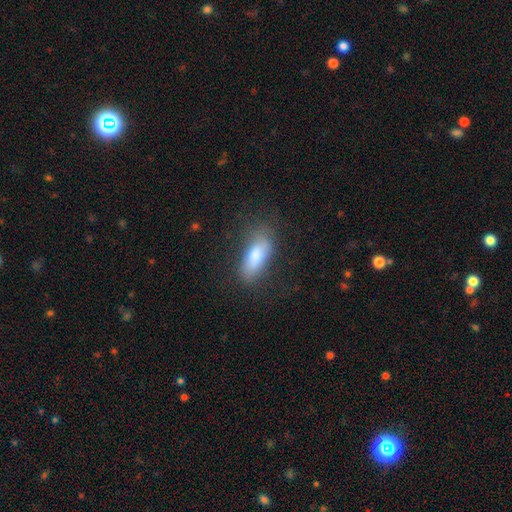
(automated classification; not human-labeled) smooth-or-featured: smooth: 78% | featured or disk: 15% | star or artifact: 7%
  how-rounded: in between: 72% | cigar-shaped: 26% | round: 2%
  merging: none: 68% | minor disturbance: 20% | major disturbance: 10% | merger: 2%